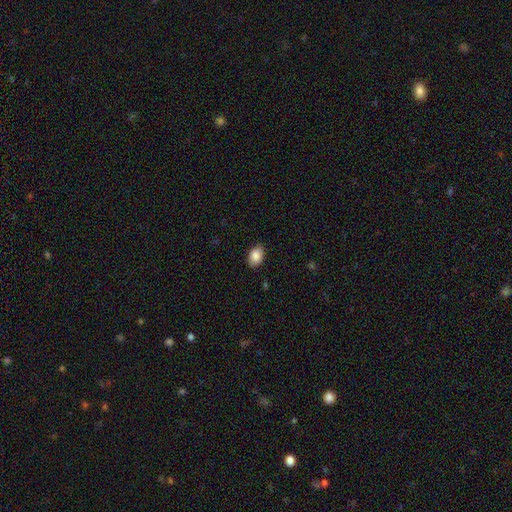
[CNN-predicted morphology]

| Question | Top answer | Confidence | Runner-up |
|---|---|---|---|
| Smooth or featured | smooth | 88% | star or artifact (7%) |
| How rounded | in between | 85% | round (14%) |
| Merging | none | 86% | minor disturbance (11%) |